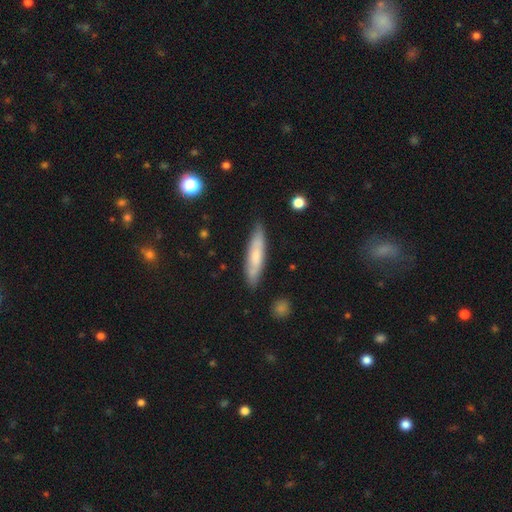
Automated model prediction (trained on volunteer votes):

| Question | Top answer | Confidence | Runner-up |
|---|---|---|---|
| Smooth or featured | smooth | 65% | featured or disk (29%) |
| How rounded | cigar-shaped | 81% | in between (18%) |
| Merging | none | 83% | minor disturbance (13%) |